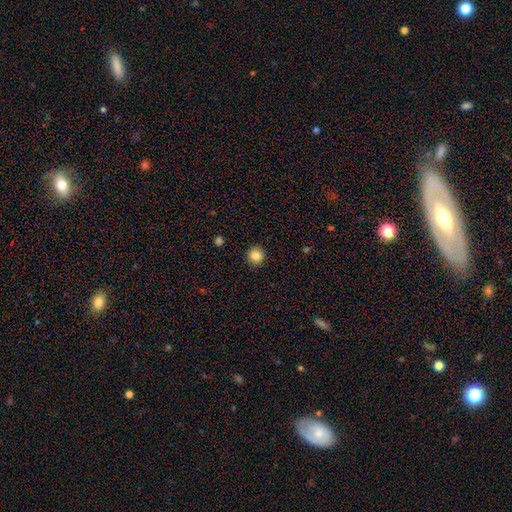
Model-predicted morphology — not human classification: This is clearly a smooth galaxy (85%). How rounded: clearly round (93%). Merging: clearly none (91%).